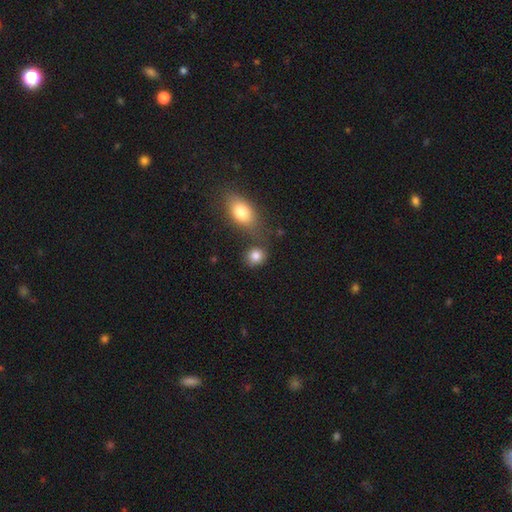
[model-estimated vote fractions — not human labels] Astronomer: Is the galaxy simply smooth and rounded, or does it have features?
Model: smooth — 83%.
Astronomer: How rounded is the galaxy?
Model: round — 72%.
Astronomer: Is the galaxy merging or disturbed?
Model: none — 68%.